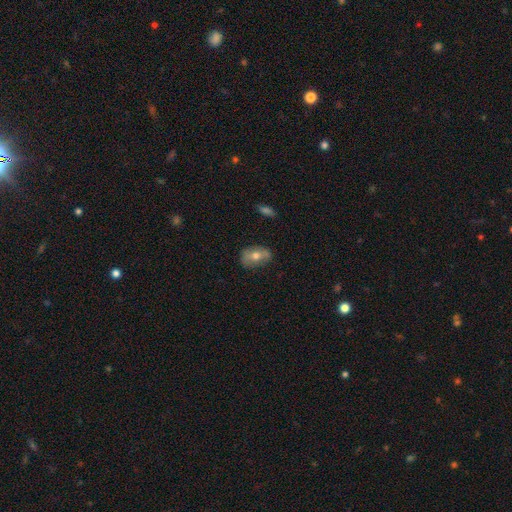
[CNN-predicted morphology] A smooth galaxy with no disk features (51%) that is in between round and cigar-shaped (81%). Merging: none (75%).